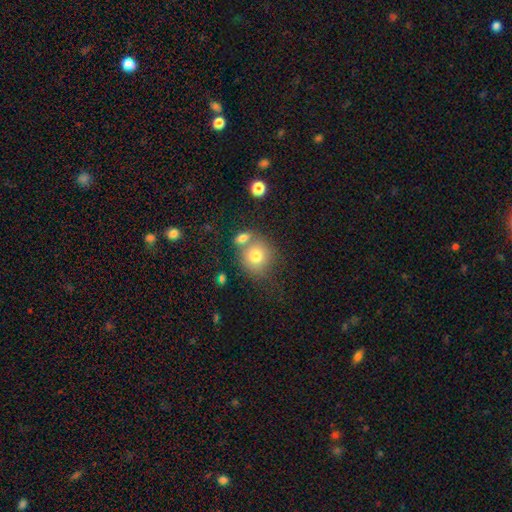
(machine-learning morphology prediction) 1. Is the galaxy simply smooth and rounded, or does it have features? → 76% smooth, 14% featured or disk, 10% star or artifact.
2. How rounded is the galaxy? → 84% round, 15% in between, 1% cigar-shaped.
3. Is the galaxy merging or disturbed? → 52% none, 32% merger, 12% minor disturbance, 5% major disturbance.